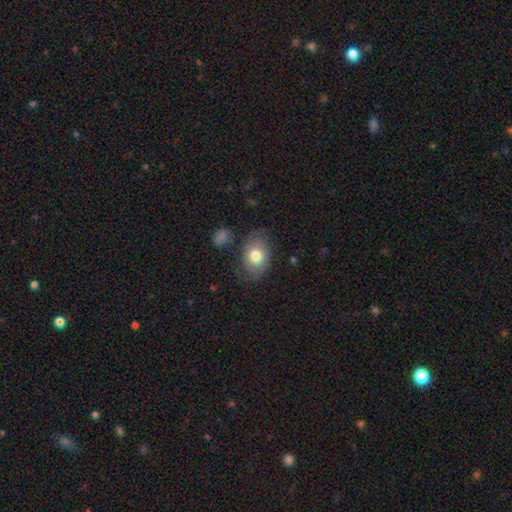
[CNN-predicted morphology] smooth_or_featured: smooth (p=0.75) [alt: featured or disk p=0.17]
how_rounded: in between (p=0.77) [alt: round p=0.22]
merging: none (p=0.72) [alt: minor disturbance p=0.19]